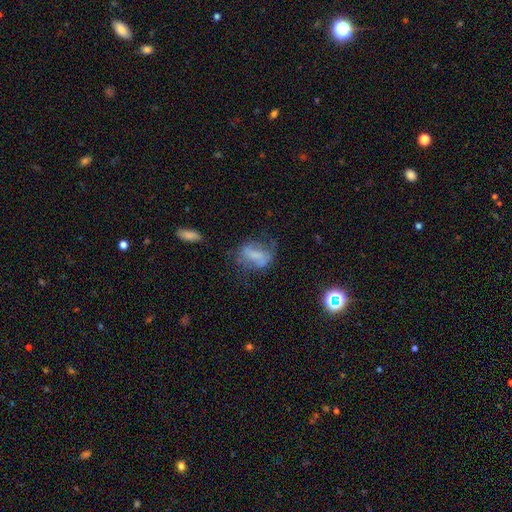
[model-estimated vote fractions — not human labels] smooth 48%, featured or disk 39%, star or artifact 14%. Down the decision tree: merging — none (44%).